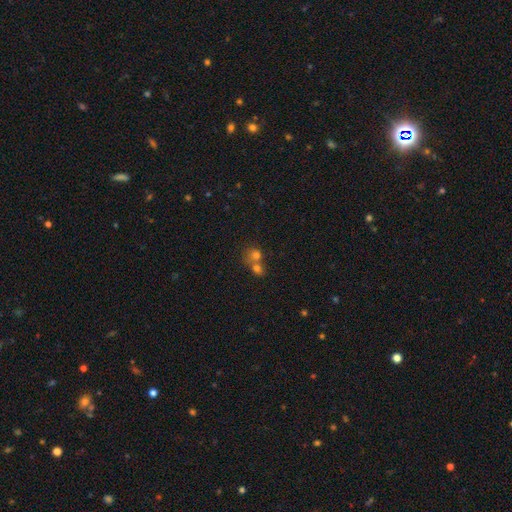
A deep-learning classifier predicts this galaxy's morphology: A smooth galaxy with no disk features (70%) that is round (73%).

Vote fractions:
- Smooth or featured? smooth: 70% / star or artifact: 15% / featured or disk: 15%
- How rounded? round: 73% / in between: 26% / cigar-shaped: 1%
- Merging? merger: 65% / none: 26% / minor disturbance: 6% / major disturbance: 3%